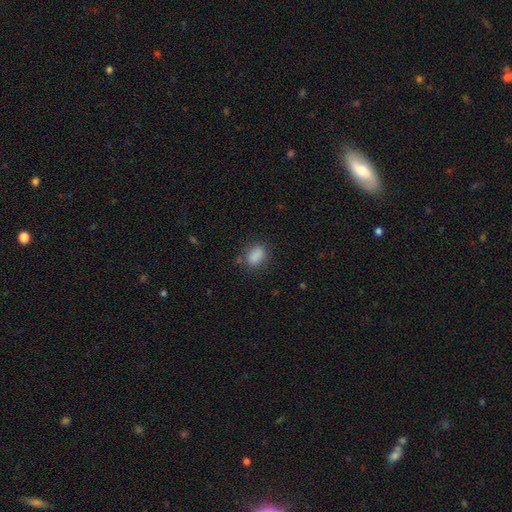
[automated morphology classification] smooth-or-featured: smooth: 86% | star or artifact: 9% | featured or disk: 5%
  how-rounded: in between: 80% | round: 16% | cigar-shaped: 4%
  merging: none: 76% | minor disturbance: 17% | major disturbance: 5% | merger: 3%